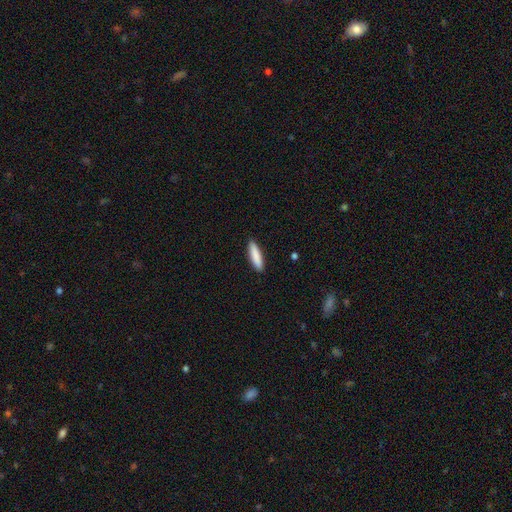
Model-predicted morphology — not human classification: Q: Smooth or featured?
A: smooth (86%); runner-up: featured or disk (8%)
Q: How rounded?
A: cigar-shaped (78%); runner-up: in between (20%)
Q: Merging?
A: none (90%); runner-up: minor disturbance (7%)